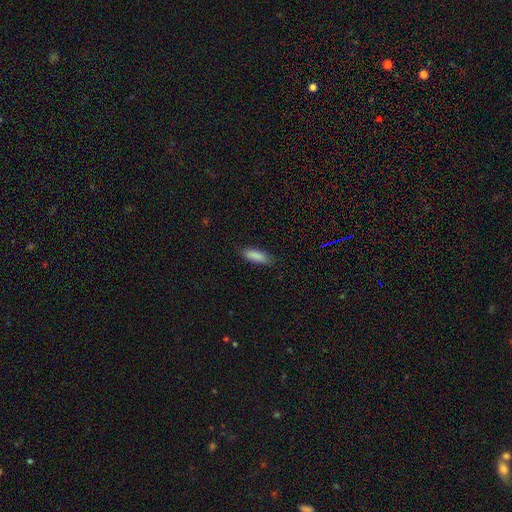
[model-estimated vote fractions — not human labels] This appears to be a smooth galaxy with no disk features (88%) that is in between round and cigar-shaped (54%). Merging: none (81%).